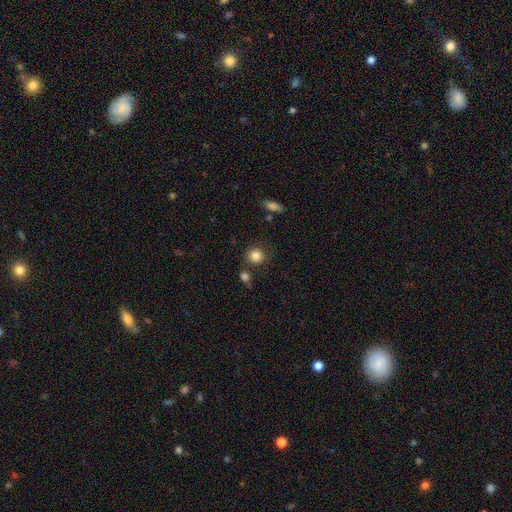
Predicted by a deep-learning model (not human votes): A smooth galaxy with no disk features (85%) that is round (87%).

Vote fractions:
- Smooth or featured? smooth: 85% / star or artifact: 10% / featured or disk: 5%
- How rounded? round: 87% / in between: 12% / cigar-shaped: 1%
- Merging? none: 78% / minor disturbance: 11% / merger: 7% / major disturbance: 4%